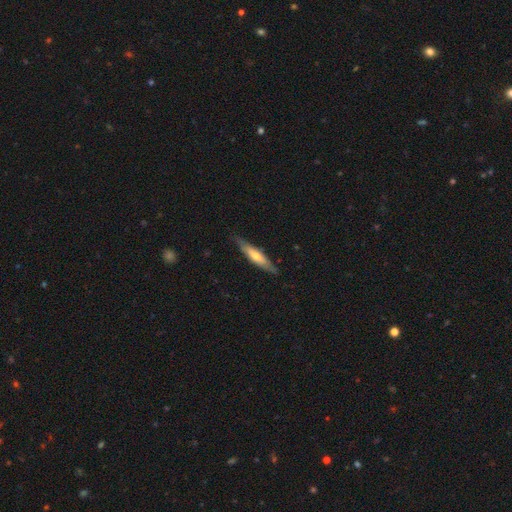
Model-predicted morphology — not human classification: smooth 48%, featured or disk 46%, star or artifact 5%. Down the decision tree: merging — none (82%).